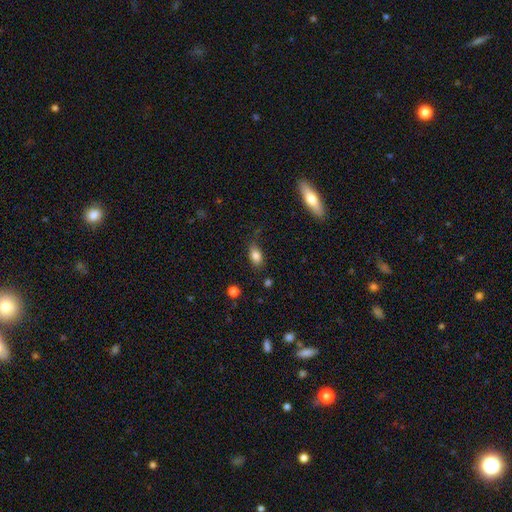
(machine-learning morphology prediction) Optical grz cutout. It shows a smooth galaxy with no disk features (83%) that is in between round and cigar-shaped (84%). Merging: none (72%).